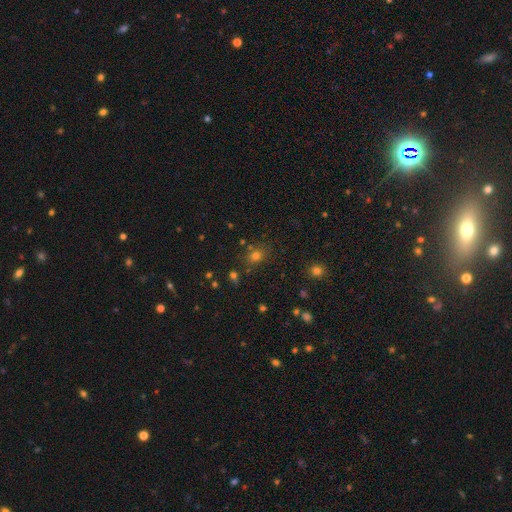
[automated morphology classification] smooth 68%, star or artifact 24%, featured or disk 8%. Down the decision tree: how rounded — round (56%); merging — none (76%).